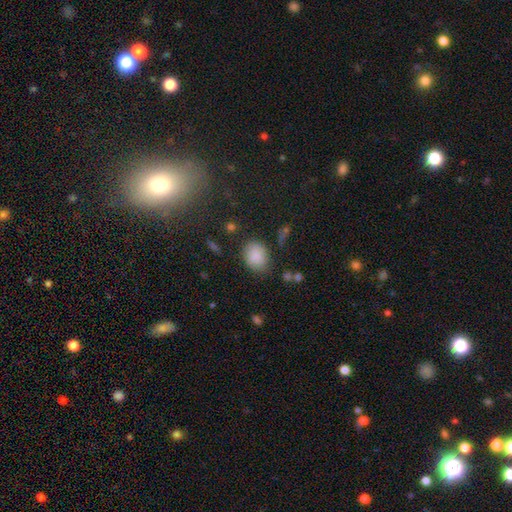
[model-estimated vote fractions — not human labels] A smooth galaxy with no disk features (84%) that is in between round and cigar-shaped (57%). Merging: none (72%).